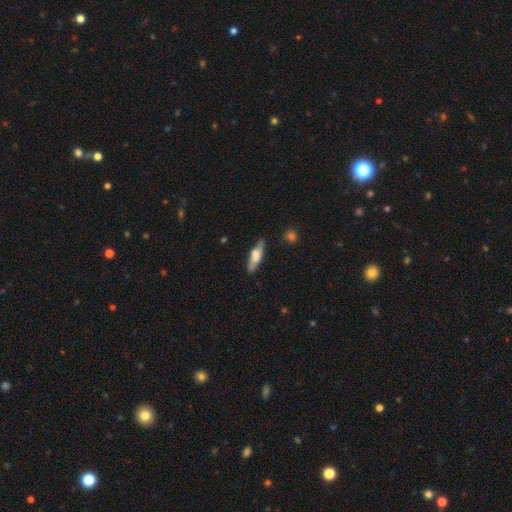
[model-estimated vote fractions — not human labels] The model was most divided on "smooth or featured": smooth: 54%, featured or disk: 39%, star or artifact: 6%. More confident: merging — none (78%); how rounded — cigar-shaped (63%).